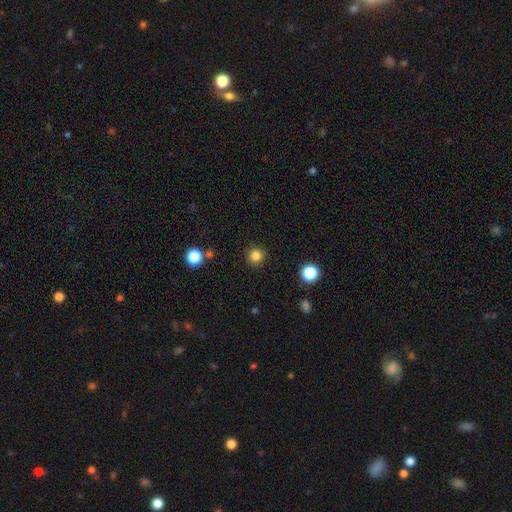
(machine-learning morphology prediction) Smooth or featured?
  - smooth: 83% *
  - star or artifact: 13%
  - featured or disk: 4%
How rounded?
  - round: 95% *
  - in between: 4%
  - cigar-shaped: 1%
Merging?
  - none: 91% *
  - minor disturbance: 5%
  - major disturbance: 2%
  - merger: 1%